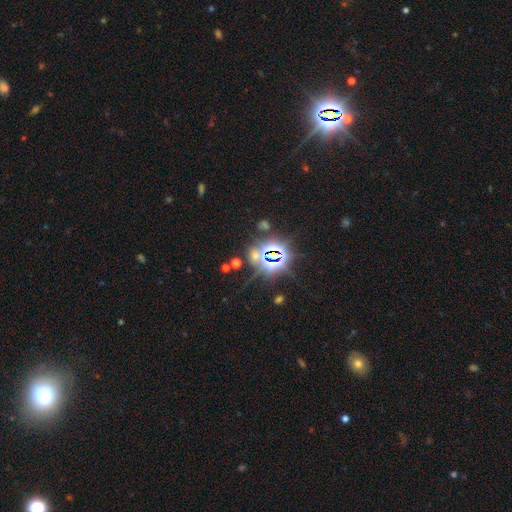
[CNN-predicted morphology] type=star or artifact (73%).